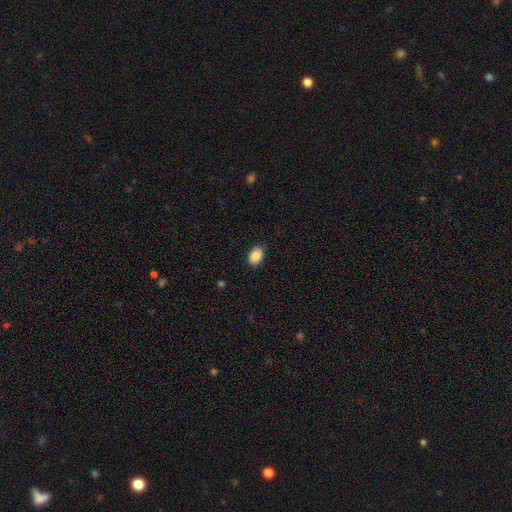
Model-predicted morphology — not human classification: This appears to be a smooth galaxy with no disk features (88%) that is in between round and cigar-shaped (81%). Merging: none (89%).